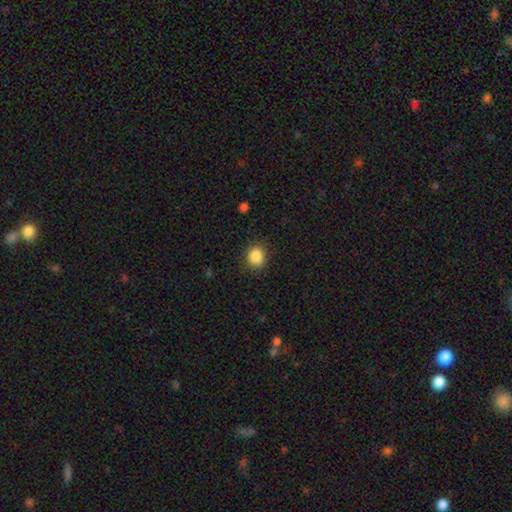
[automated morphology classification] Smooth or featured?
  - smooth: 86% *
  - star or artifact: 10%
  - featured or disk: 4%
How rounded?
  - round: 79% *
  - in between: 20%
  - cigar-shaped: 1%
Merging?
  - none: 84% *
  - minor disturbance: 12%
  - major disturbance: 3%
  - merger: 1%